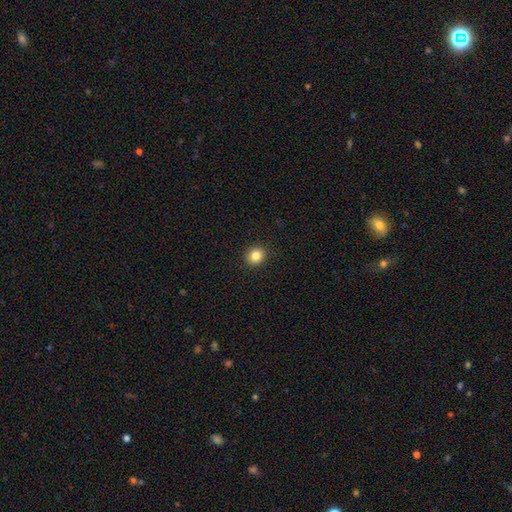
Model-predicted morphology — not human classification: type=smooth (84%); roundness=round (82%); merging=none (91%).